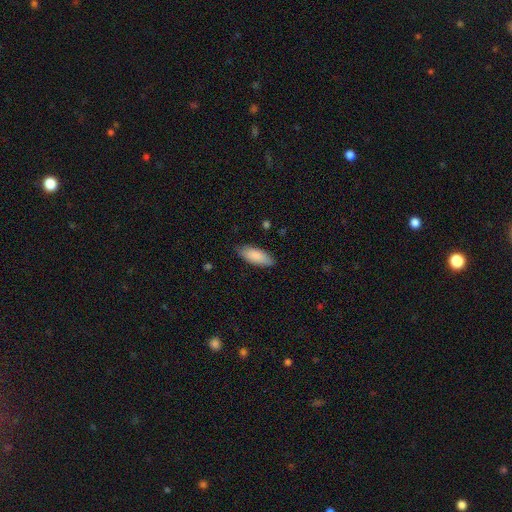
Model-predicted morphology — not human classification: Overall: smooth (87%). How rounded: in between (77%). Merging: none (84%).